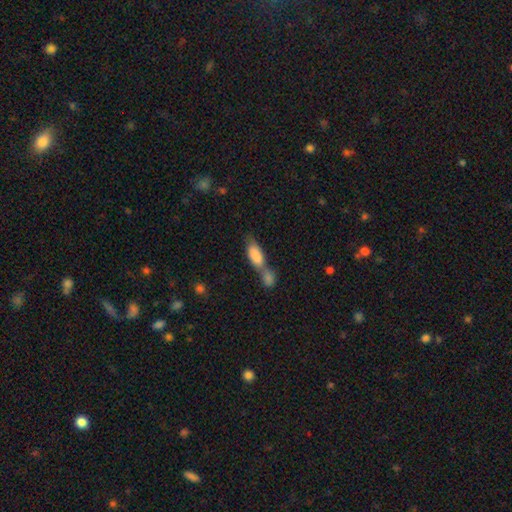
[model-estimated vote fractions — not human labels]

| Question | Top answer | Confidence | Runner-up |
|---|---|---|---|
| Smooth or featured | smooth | 83% | featured or disk (11%) |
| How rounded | in between | 81% | cigar-shaped (16%) |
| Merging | merger | 69% | none (18%) |